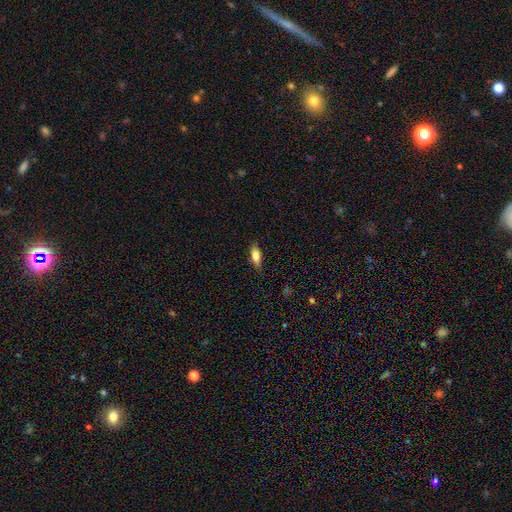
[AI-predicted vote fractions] Smooth or featured?
  - smooth: 68% *
  - featured or disk: 25%
  - star or artifact: 7%
How rounded?
  - in between: 70% *
  - cigar-shaped: 27%
  - round: 3%
Merging?
  - none: 82% *
  - minor disturbance: 14%
  - major disturbance: 3%
  - merger: 1%